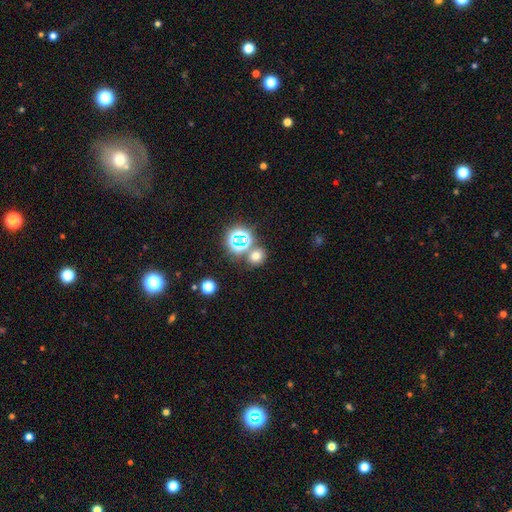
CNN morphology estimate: Smooth or featured? Predicted: smooth (p=0.64). How rounded? Predicted: round (p=0.71). Merging? Predicted: none (p=0.72).